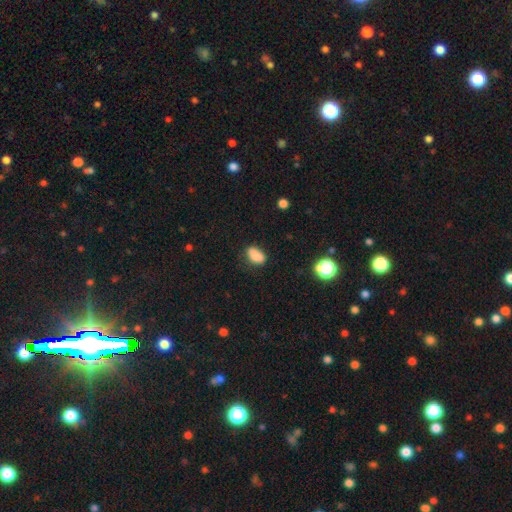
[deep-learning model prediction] smooth_or_featured: smooth (p=0.83) [alt: star or artifact p=0.11]
how_rounded: in between (p=0.87) [alt: round p=0.10]
merging: none (p=0.61) [alt: minor disturbance p=0.27]